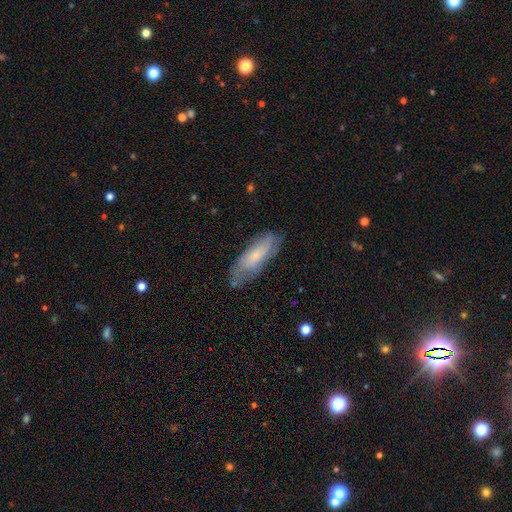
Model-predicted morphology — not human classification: smooth_or_featured: smooth (p=0.55) [alt: featured or disk p=0.38]
how_rounded: in between (p=0.61) [alt: cigar-shaped p=0.37]
merging: none (p=0.69) [alt: minor disturbance p=0.23]